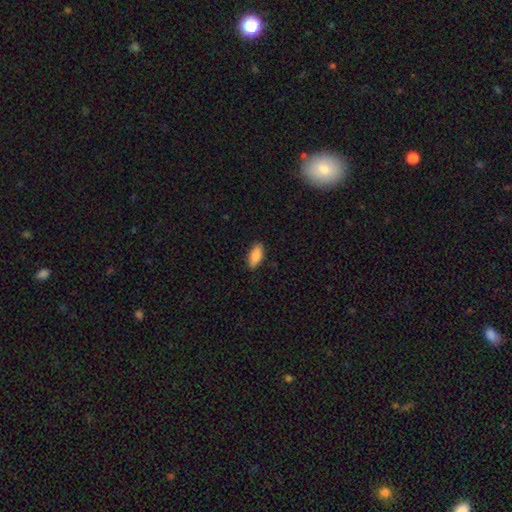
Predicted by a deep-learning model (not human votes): This is clearly a smooth galaxy (88%). How rounded: clearly in between (84%). Merging: clearly none (87%).